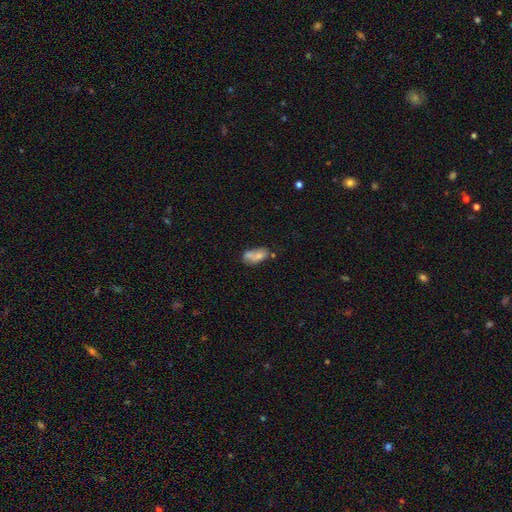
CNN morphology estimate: Smooth or featured? Predicted: smooth (p=0.64). How rounded? Predicted: in between (p=0.87). Merging? Predicted: merger (p=0.35).